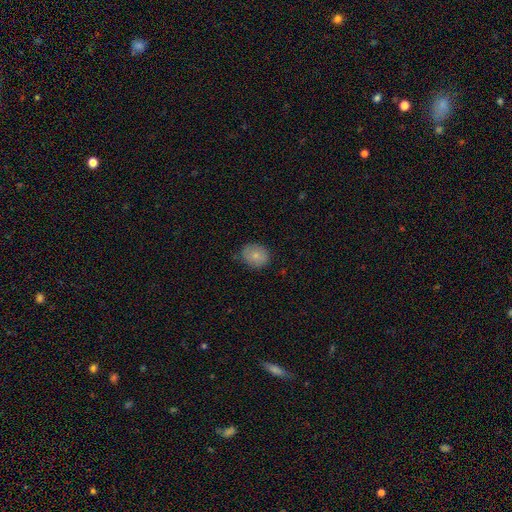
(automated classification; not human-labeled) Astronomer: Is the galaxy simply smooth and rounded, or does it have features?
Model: smooth — 79%.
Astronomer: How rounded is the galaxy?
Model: round — 54% (runner-up: in between, 45%).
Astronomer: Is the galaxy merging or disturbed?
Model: none — 76%.